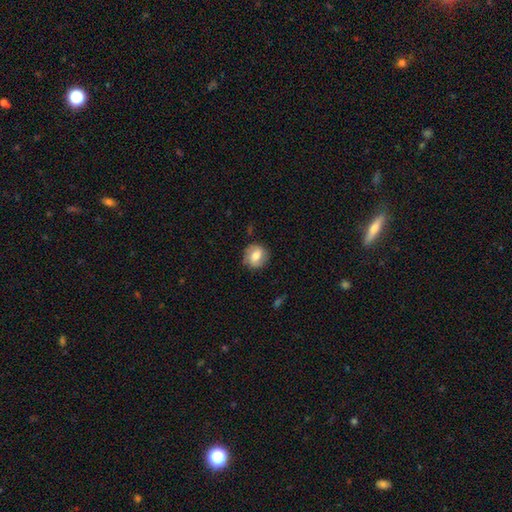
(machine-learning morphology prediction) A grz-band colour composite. It shows a smooth galaxy with no disk features (59%) that is round (78%). Merging: none (78%).